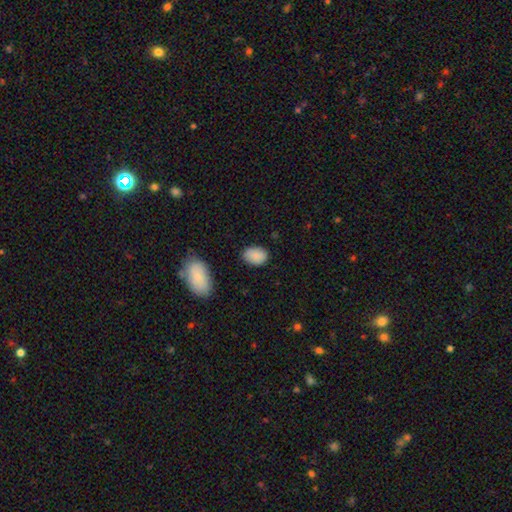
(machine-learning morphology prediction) A smooth galaxy with no disk features (87%) that is in between round and cigar-shaped (84%). Merging: none (79%).